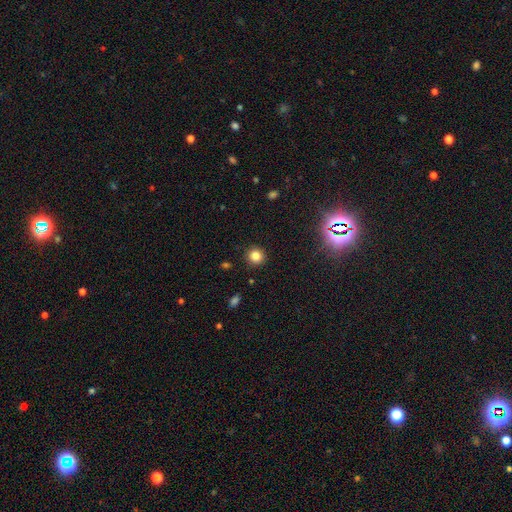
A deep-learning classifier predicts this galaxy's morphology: Smooth or featured?
  - smooth: 82% *
  - star or artifact: 13%
  - featured or disk: 5%
How rounded?
  - round: 92% *
  - in between: 7%
  - cigar-shaped: 1%
Merging?
  - none: 91% *
  - minor disturbance: 6%
  - major disturbance: 2%
  - merger: 1%